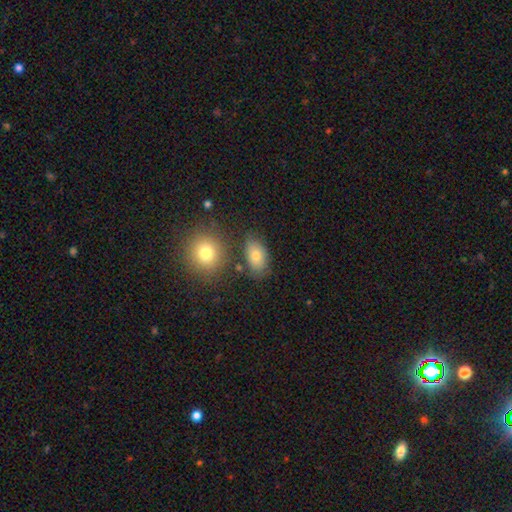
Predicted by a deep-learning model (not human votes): This appears to be a smooth galaxy with no disk features (78%) that is in between round and cigar-shaped (83%). Merging: none (73%).